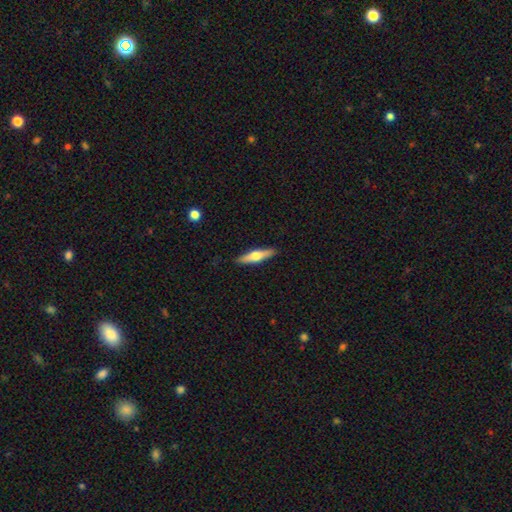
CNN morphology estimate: Smooth or featured?
  - featured or disk: 49% *
  - smooth: 46%
  - star or artifact: 5%
Merging?
  - none: 90% *
  - minor disturbance: 8%
  - major disturbance: 2%
  - merger: 1%